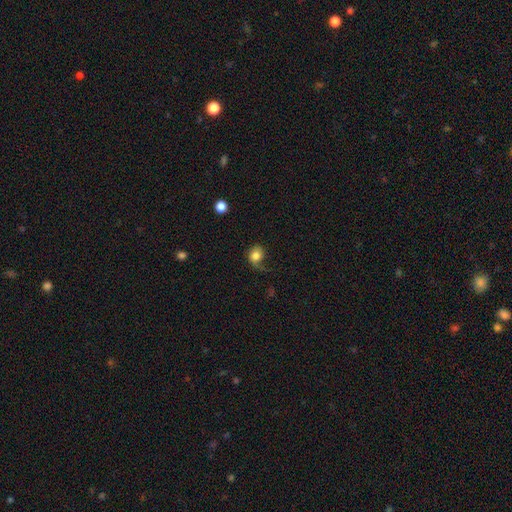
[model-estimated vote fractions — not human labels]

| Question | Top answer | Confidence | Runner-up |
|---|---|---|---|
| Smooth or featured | smooth | 76% | featured or disk (15%) |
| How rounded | round | 59% | in between (40%) |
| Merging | none | 42% | major disturbance (29%) |